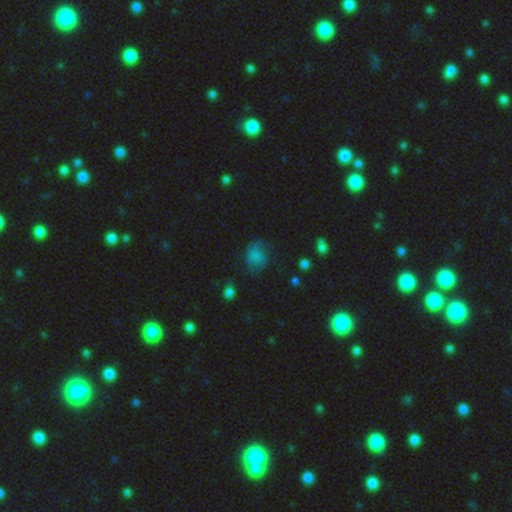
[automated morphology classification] Overall: smooth (55%; featured or disk 27%). How rounded: round (51%; in between 48%). Merging: none (53%; minor disturbance 27%).